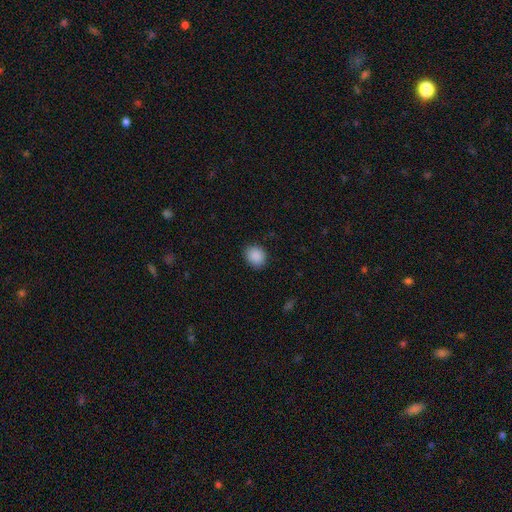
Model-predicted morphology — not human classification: smooth-or-featured: smooth: 89% | star or artifact: 8% | featured or disk: 3%
  how-rounded: round: 69% | in between: 30% | cigar-shaped: 1%
  merging: none: 86% | minor disturbance: 10% | major disturbance: 3% | merger: 1%